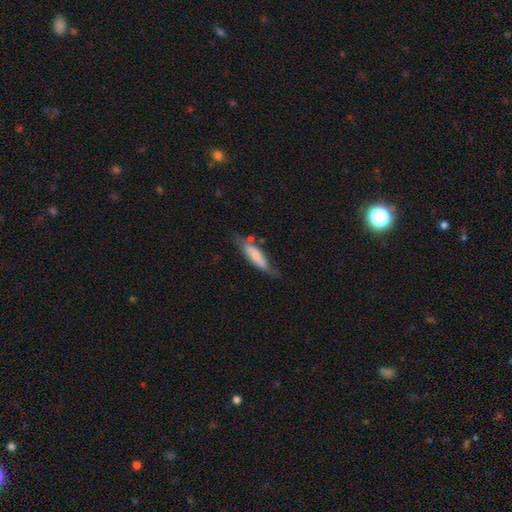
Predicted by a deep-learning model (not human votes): smooth-or-featured: smooth: 66% | featured or disk: 28% | star or artifact: 6%
  how-rounded: cigar-shaped: 63% | in between: 35% | round: 2%
  merging: none: 54% | minor disturbance: 29% | major disturbance: 10% | merger: 7%